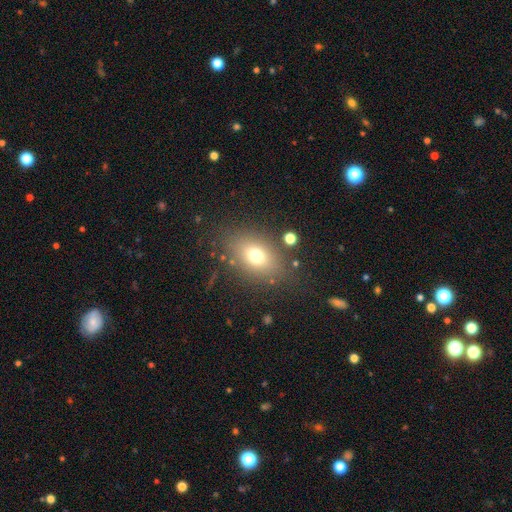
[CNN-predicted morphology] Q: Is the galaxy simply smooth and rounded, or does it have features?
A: smooth — 71%.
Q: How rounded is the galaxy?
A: in between — 70%.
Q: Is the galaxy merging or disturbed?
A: none — 80%.